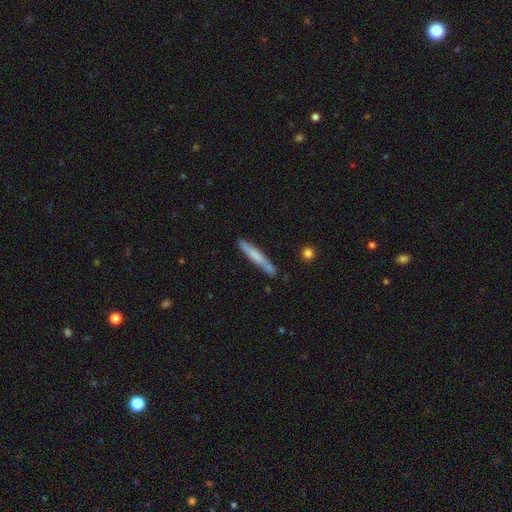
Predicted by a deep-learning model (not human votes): The model was most divided on "smooth or featured": smooth: 59%, featured or disk: 35%, star or artifact: 6%. More confident: how rounded — cigar-shaped (95%); merging — none (80%).